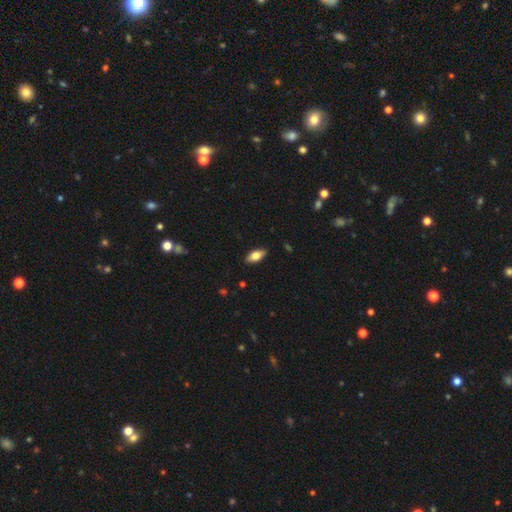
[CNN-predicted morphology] A smooth galaxy with no disk features (74%) that is in between round and cigar-shaped (87%). Merging: none (88%).